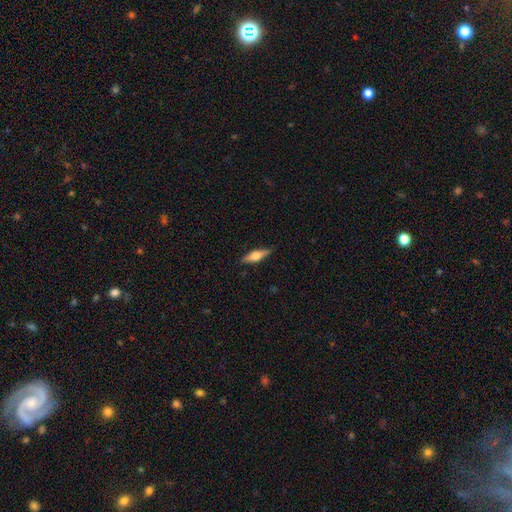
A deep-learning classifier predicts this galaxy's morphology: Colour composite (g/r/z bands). It shows a featured or disk galaxy (51%) viewed edge-on (95%). Merging: none (87%).